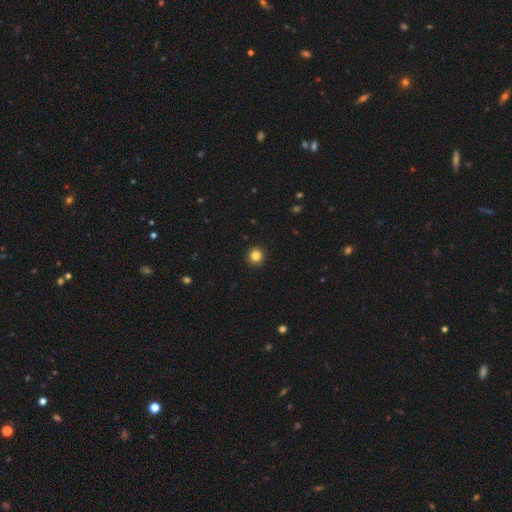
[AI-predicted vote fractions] Smooth or featured? Predicted: smooth (p=0.83). How rounded? Predicted: round (p=0.95). Merging? Predicted: none (p=0.93).